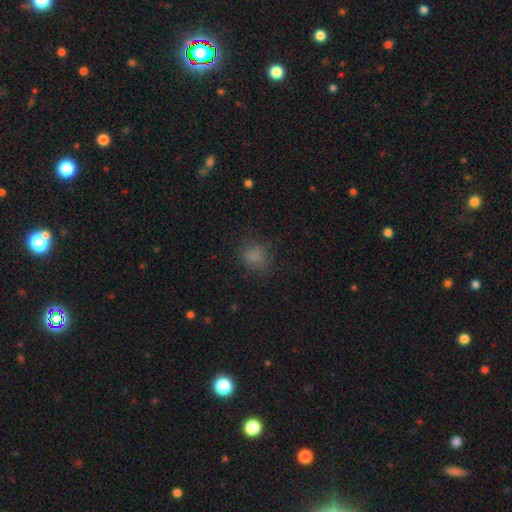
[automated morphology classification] smooth 77%, star or artifact 18%, featured or disk 5%. Down the decision tree: how rounded — round (74%); merging — none (83%).